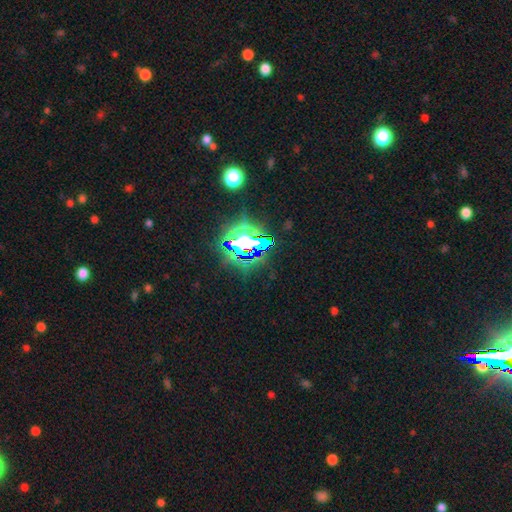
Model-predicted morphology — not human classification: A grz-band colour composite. It shows a star or artifact, not a galaxy (78%).